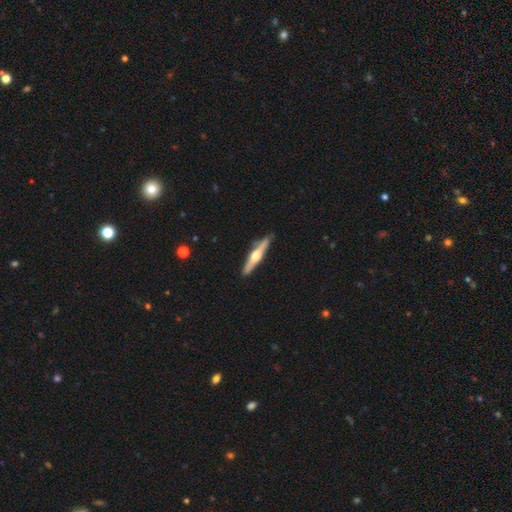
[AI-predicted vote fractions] smooth-or-featured: featured or disk: 66% | smooth: 29% | star or artifact: 5%
  disk-edge-on: yes: 96% | no: 4%
    edge-on-bulge: rounded: 93% | boxy: 4% | none: 3%
  merging: none: 89% | minor disturbance: 8% | major disturbance: 2% | merger: 1%